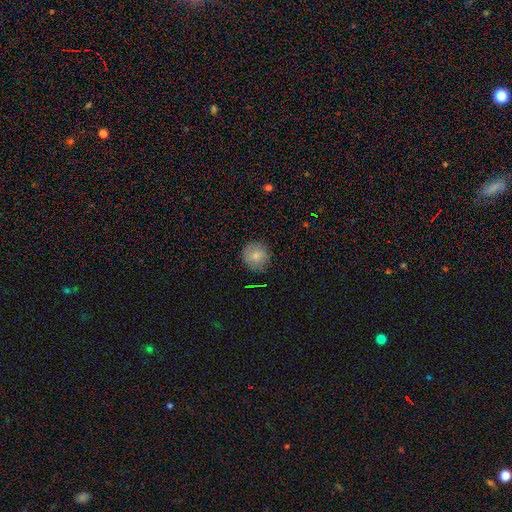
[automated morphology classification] type=smooth (78%); roundness=round (91%); merging=none (85%).